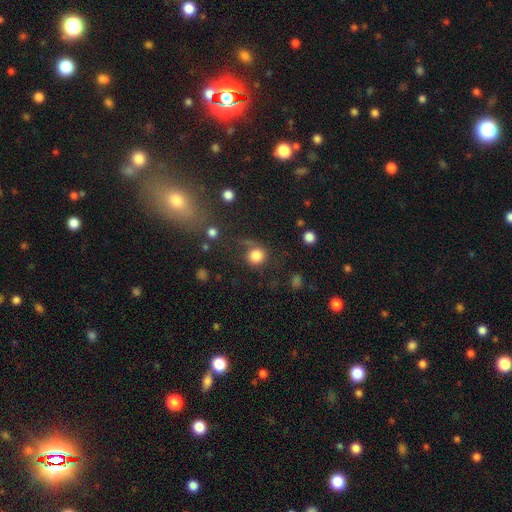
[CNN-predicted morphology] Q: Smooth or featured?
A: smooth (82%); runner-up: star or artifact (10%)
Q: How rounded?
A: round (88%); runner-up: in between (11%)
Q: Merging?
A: none (59%); runner-up: minor disturbance (20%)